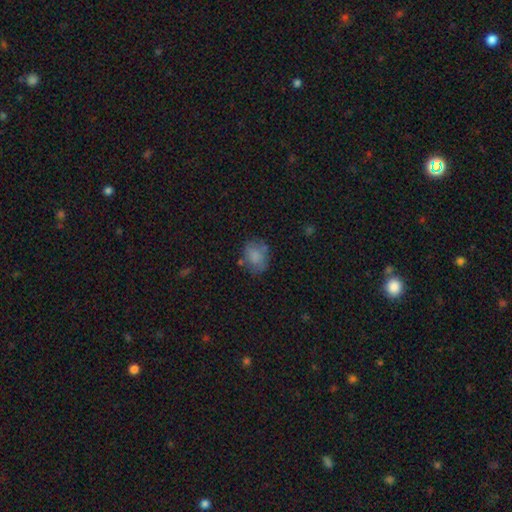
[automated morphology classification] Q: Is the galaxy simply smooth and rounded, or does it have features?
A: smooth — 75%.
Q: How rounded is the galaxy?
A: in between — 52%.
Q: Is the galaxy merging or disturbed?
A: none — 59%.